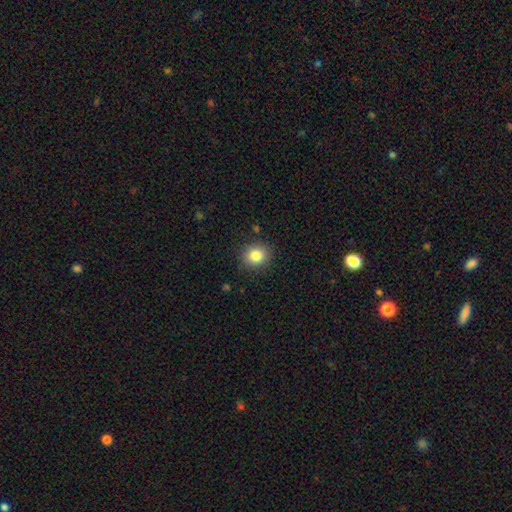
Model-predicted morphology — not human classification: Q: Smooth or featured?
A: smooth (83%); runner-up: star or artifact (10%)
Q: How rounded?
A: round (77%); runner-up: in between (23%)
Q: Merging?
A: none (88%); runner-up: minor disturbance (8%)